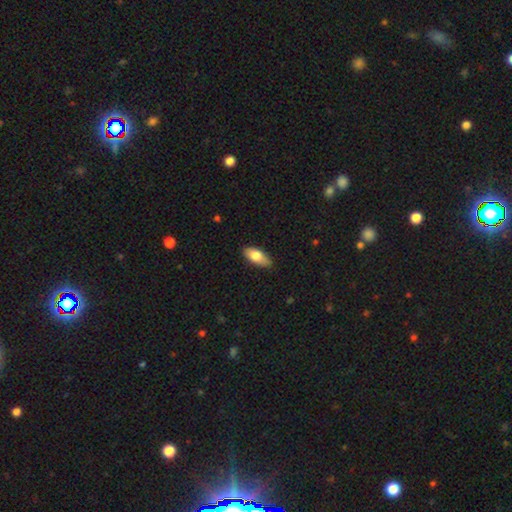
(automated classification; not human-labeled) Smooth or featured: smooth — 73% (featured or disk — 21%)
How rounded: in between — 83% (cigar-shaped — 15%)
Merging: none — 84% (minor disturbance — 13%)